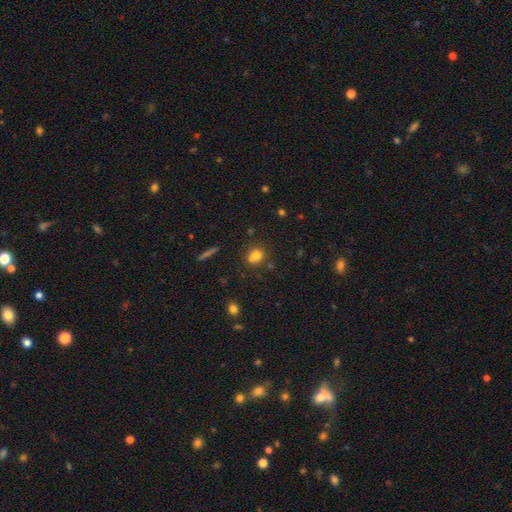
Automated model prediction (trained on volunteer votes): smooth-or-featured: smooth: 75% | star or artifact: 14% | featured or disk: 11%
  how-rounded: round: 65% | in between: 33% | cigar-shaped: 2%
  merging: none: 62% | merger: 19% | minor disturbance: 15% | major disturbance: 5%